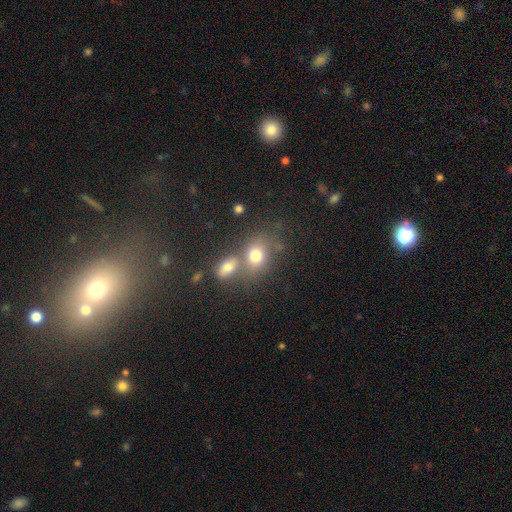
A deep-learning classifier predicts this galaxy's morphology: This appears to be a smooth galaxy with no disk features (75%) that is in between round and cigar-shaped (49%, tied with round). Merging: none (47%).